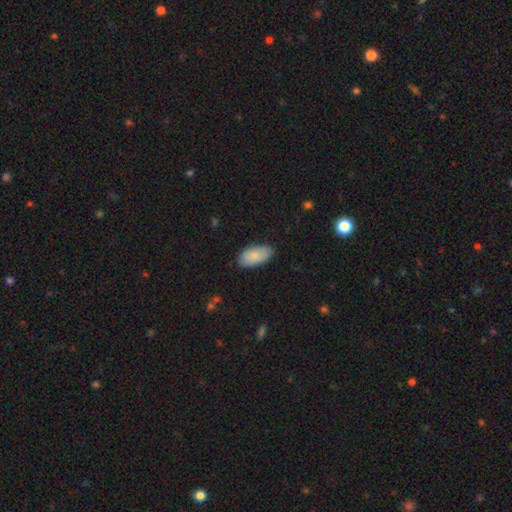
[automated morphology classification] This appears to be a smooth galaxy with no disk features (85%) that is in between round and cigar-shaped (94%). Merging: none (80%).